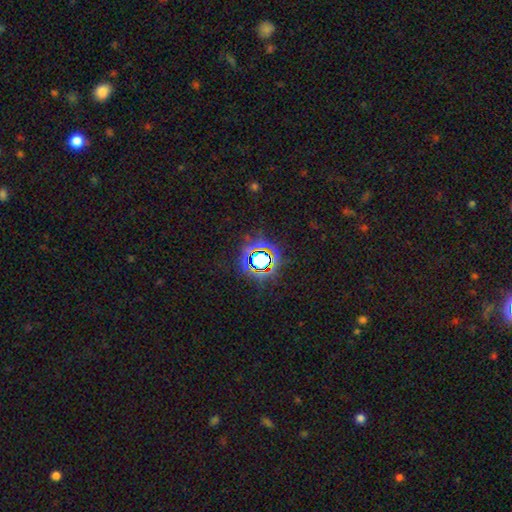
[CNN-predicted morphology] smooth-or-featured: star or artifact: 75% | smooth: 16% | featured or disk: 10%